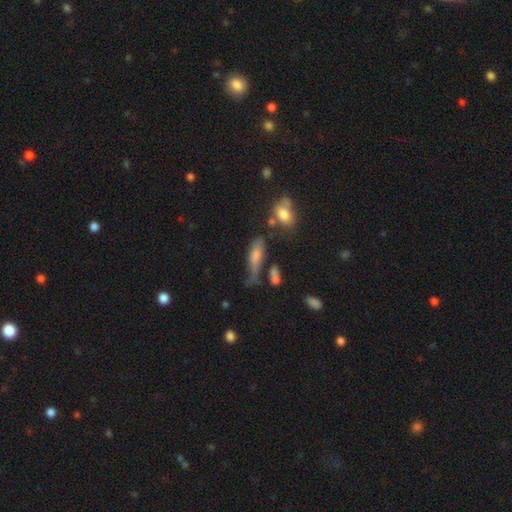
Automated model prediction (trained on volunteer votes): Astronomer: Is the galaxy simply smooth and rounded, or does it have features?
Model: smooth — 57%.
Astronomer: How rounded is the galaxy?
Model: in between — 48% (runner-up: cigar-shaped, 47%).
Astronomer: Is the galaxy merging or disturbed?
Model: none — 42% (runner-up: minor disturbance, 26%).